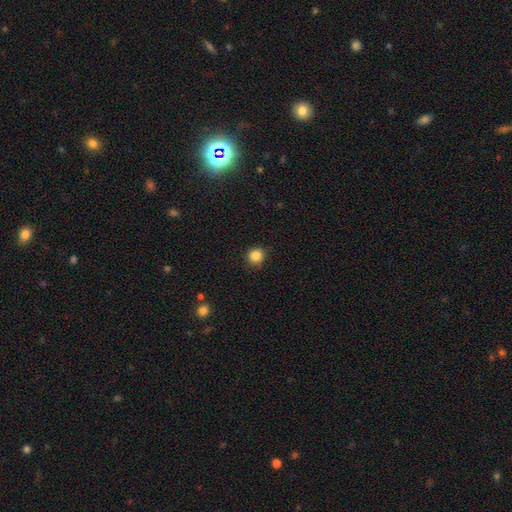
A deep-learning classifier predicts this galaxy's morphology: smooth-or-featured: smooth: 85% | star or artifact: 11% | featured or disk: 4%
  how-rounded: round: 91% | in between: 8% | cigar-shaped: 1%
  merging: none: 86% | minor disturbance: 10% | major disturbance: 2% | merger: 1%